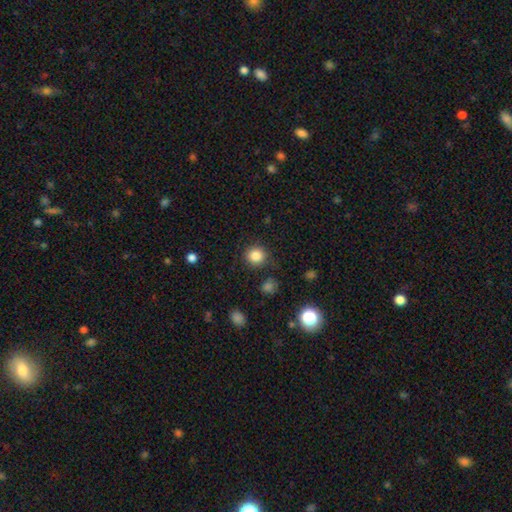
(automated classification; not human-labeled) Smooth or featured? smooth (85%)
How rounded? round (91%)
Merging? none (84%)